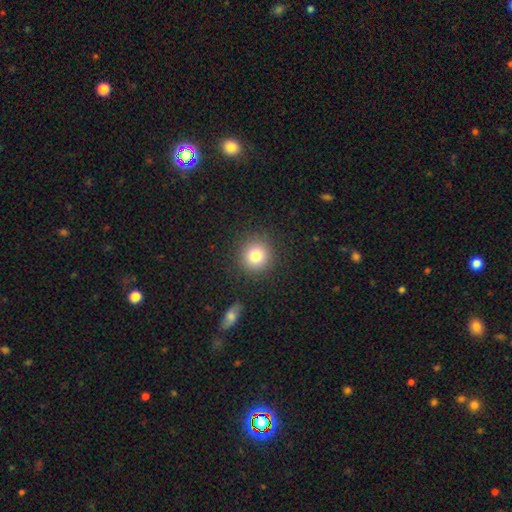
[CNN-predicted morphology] smooth_or_featured: smooth (p=0.80) [alt: star or artifact p=0.12]
how_rounded: round (p=0.92) [alt: in between p=0.07]
merging: none (p=0.89) [alt: minor disturbance p=0.07]